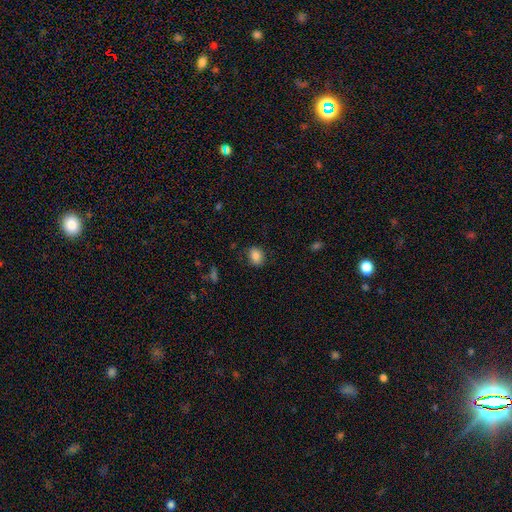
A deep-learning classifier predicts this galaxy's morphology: A smooth galaxy with no disk features (85%) that is in between round and cigar-shaped (54%). Merging: none (83%).